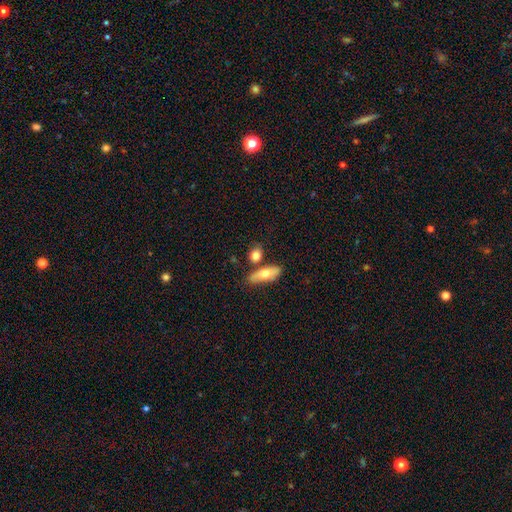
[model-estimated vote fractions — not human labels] Q: Smooth or featured?
A: smooth (78%); runner-up: featured or disk (14%)
Q: How rounded?
A: in between (57%); runner-up: round (32%)
Q: Merging?
A: none (62%); runner-up: merger (20%)